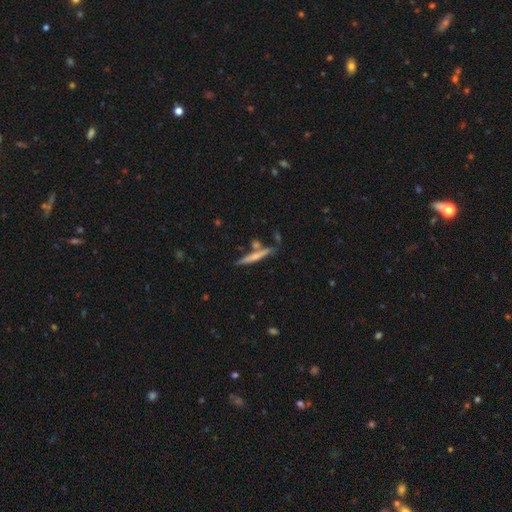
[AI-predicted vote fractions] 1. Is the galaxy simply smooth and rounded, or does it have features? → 51% smooth, 43% featured or disk, 6% star or artifact.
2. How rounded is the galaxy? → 93% cigar-shaped, 5% in between, 2% round.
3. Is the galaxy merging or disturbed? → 74% none, 12% merger, 11% minor disturbance, 3% major disturbance.